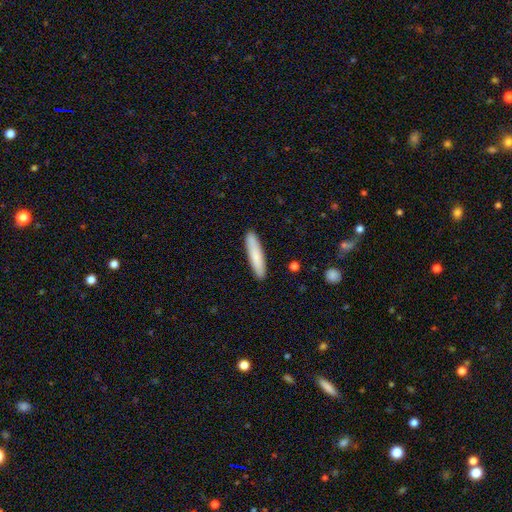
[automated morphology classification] smooth_or_featured: smooth (p=0.81) [alt: featured or disk p=0.13]
how_rounded: cigar-shaped (p=0.85) [alt: in between p=0.14]
merging: none (p=0.90) [alt: minor disturbance p=0.08]